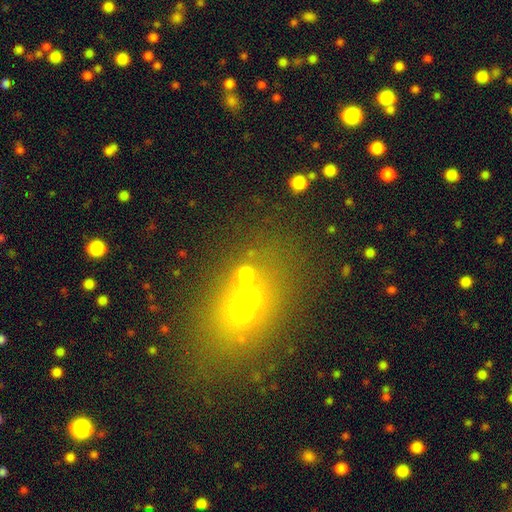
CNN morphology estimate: smooth 52%, star or artifact 31%, featured or disk 18%. Down the decision tree: how rounded — in between (54%); merging — none (55%).